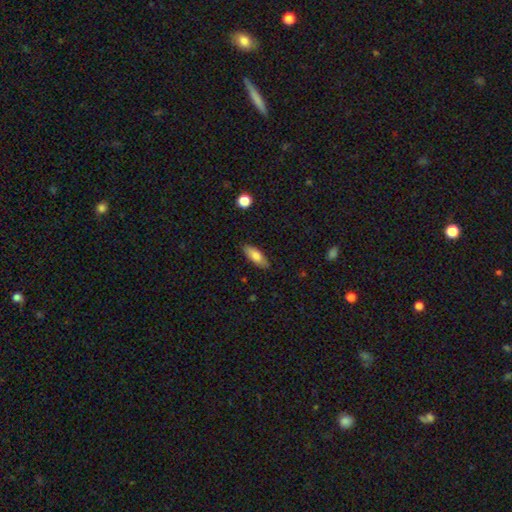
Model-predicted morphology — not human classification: Smooth or featured? Predicted: smooth (p=0.77). How rounded? Predicted: in between (p=0.72). Merging? Predicted: none (p=0.85).